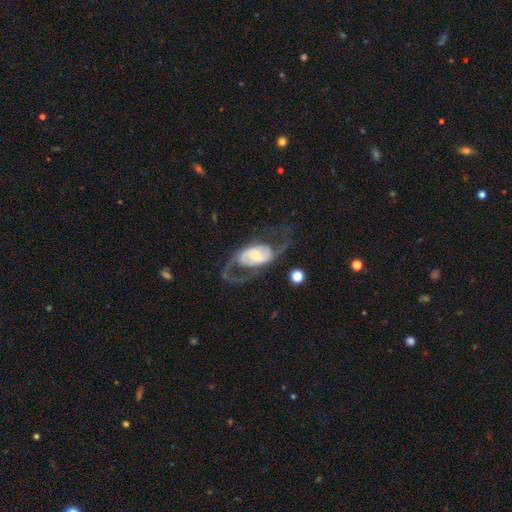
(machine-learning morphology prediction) Q: Smooth or featured?
A: featured or disk (81%); runner-up: smooth (14%)
Q: Edge-on disk?
A: no (93%); runner-up: yes (7%)
Q: Bar?
A: no (53%); runner-up: weak (30%)
Q: Spiral arms?
A: yes (82%); runner-up: no (18%)
Q: Spiral winding?
A: loose (45%); runner-up: medium (42%)
Q: Spiral arm count?
A: 2 (86%); runner-up: can't tell (7%)
Q: Bulge size?
A: moderate (51%); runner-up: small (38%)
Q: Merging?
A: none (57%); runner-up: major disturbance (26%)